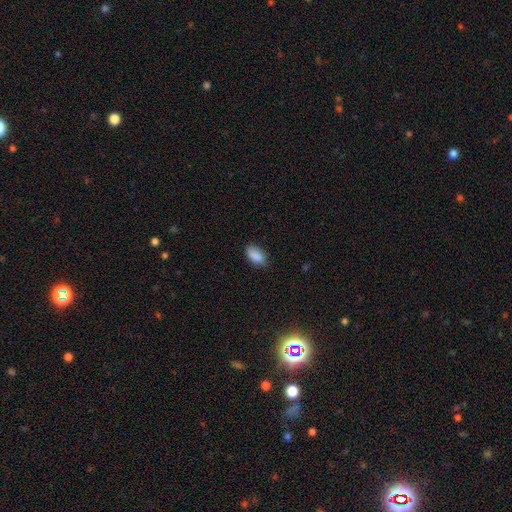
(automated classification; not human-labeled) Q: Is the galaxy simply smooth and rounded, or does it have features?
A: smooth — 89%.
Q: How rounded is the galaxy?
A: in between — 93%.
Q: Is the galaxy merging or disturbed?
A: none — 80%.